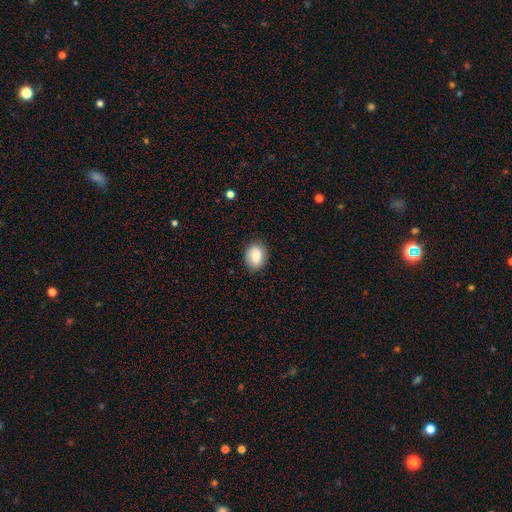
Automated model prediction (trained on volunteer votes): A smooth galaxy with no disk features (85%) that is in between round and cigar-shaped (67%). Merging: none (85%).